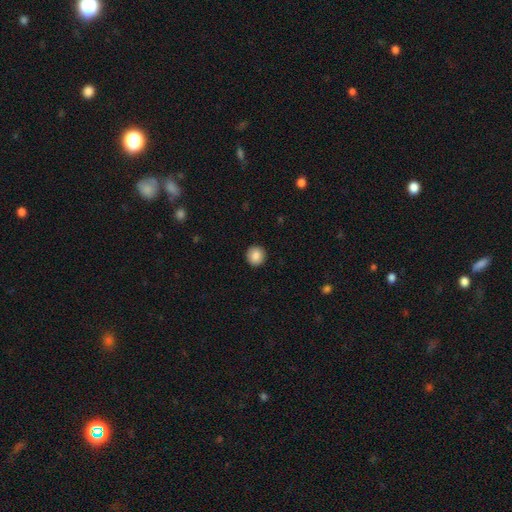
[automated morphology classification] This appears to be a smooth galaxy with no disk features (88%) that is round (93%). Merging: none (93%).